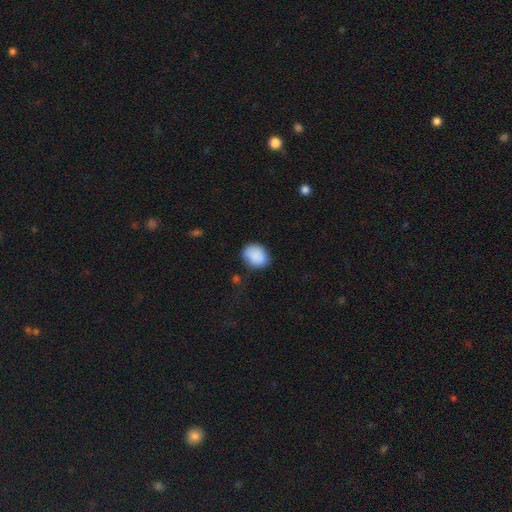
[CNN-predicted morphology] Smooth or featured? Predicted: smooth (p=0.89). How rounded? Predicted: in between (p=0.55). Merging? Predicted: none (p=0.78).